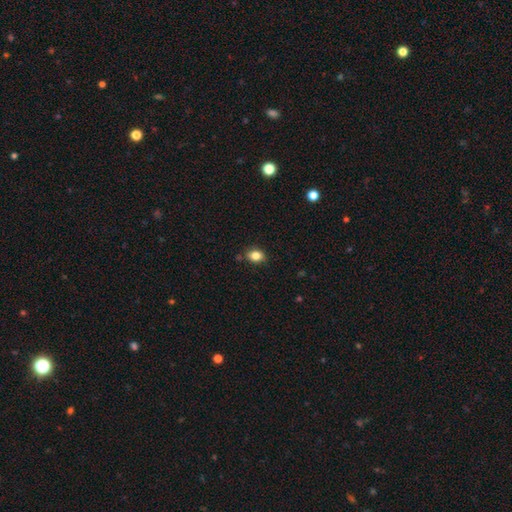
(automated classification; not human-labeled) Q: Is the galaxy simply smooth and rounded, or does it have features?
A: smooth — 83%.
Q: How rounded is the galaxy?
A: in between — 61%.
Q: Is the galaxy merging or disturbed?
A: none — 80%.